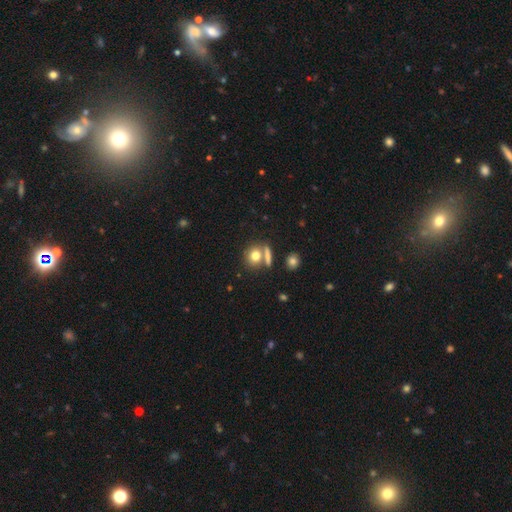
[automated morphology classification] This is likely a smooth galaxy (76%). How rounded: likely round (73%). Merging: possibly none (60%).